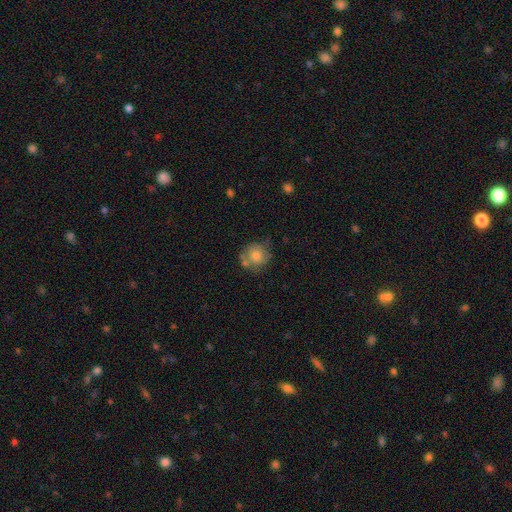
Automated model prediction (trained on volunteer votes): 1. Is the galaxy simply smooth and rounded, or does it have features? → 60% smooth, 30% featured or disk, 9% star or artifact.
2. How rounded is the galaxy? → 85% round, 14% in between, 1% cigar-shaped.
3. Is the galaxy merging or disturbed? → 57% none, 22% minor disturbance, 13% merger, 8% major disturbance.